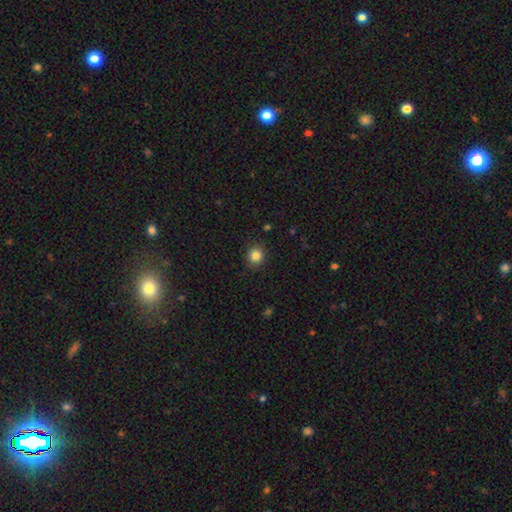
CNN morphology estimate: This appears to be a smooth galaxy with no disk features (84%) that is round (81%). Merging: none (89%).